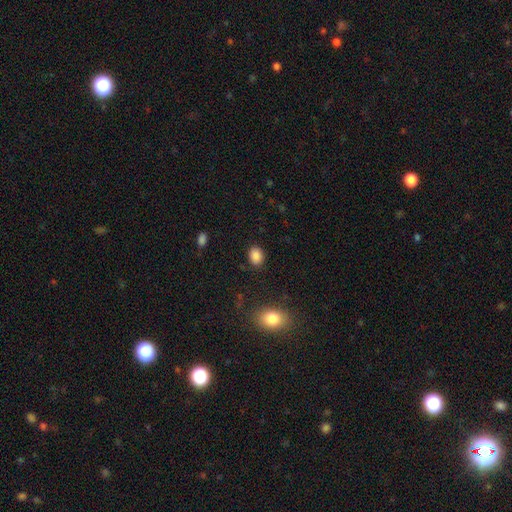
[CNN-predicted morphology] The model was most divided on "how rounded": in between: 60%, round: 39%, cigar-shaped: 1%. More confident: smooth or featured — smooth (87%); merging — none (86%).